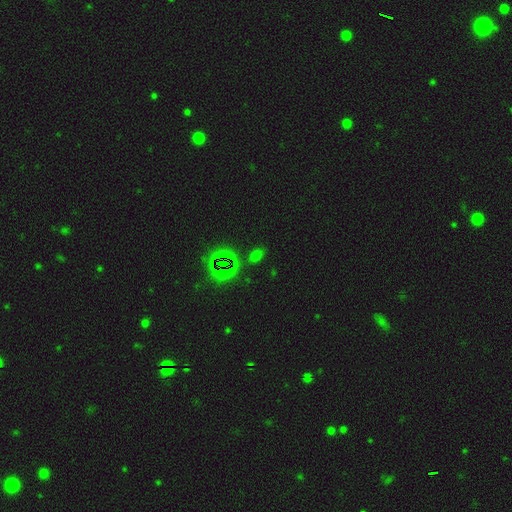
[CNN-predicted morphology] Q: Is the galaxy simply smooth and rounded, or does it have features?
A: smooth — 48%.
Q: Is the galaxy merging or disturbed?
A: none — 80%.